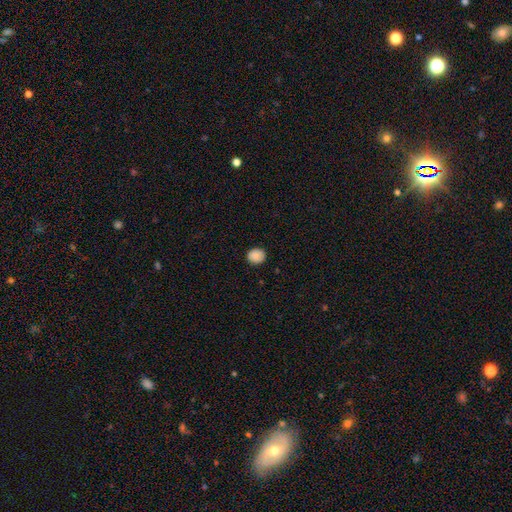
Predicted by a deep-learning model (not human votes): Morphology: type=smooth (88%); roundness=round (79%); merging=none (89%).